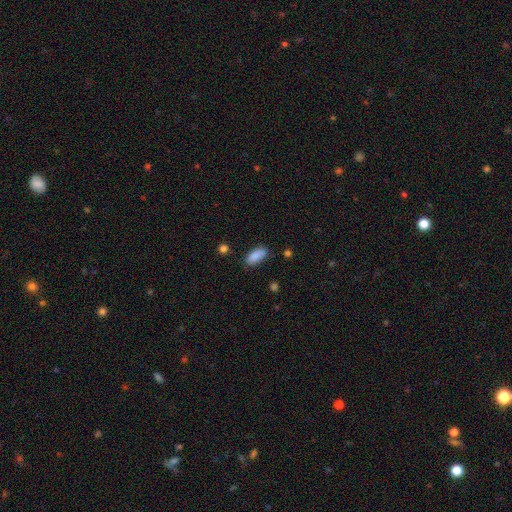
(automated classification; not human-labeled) This appears to be a smooth galaxy with no disk features (88%) that is in between round and cigar-shaped (88%). Merging: none (80%).